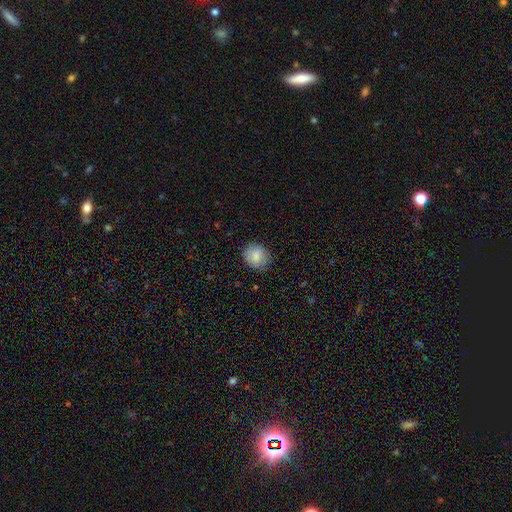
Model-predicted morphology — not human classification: smooth-or-featured: smooth: 83% | featured or disk: 10% | star or artifact: 8%
  how-rounded: round: 65% | in between: 34% | cigar-shaped: 1%
  merging: none: 81% | minor disturbance: 14% | major disturbance: 4% | merger: 1%